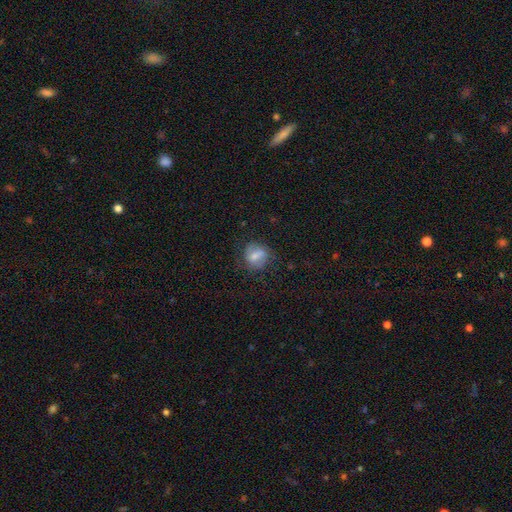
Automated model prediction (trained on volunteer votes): Smooth or featured: smooth — 50% (featured or disk — 41%)
Merging: none — 66% (minor disturbance — 20%)